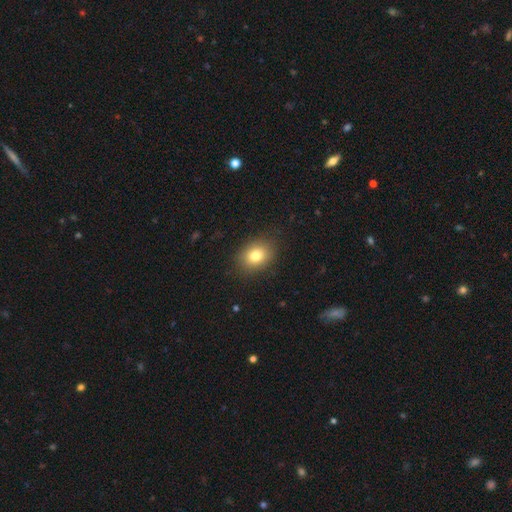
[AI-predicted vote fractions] smooth-or-featured: smooth: 79% | star or artifact: 11% | featured or disk: 10%
  how-rounded: in between: 59% | round: 40% | cigar-shaped: 1%
  merging: none: 86% | minor disturbance: 10% | major disturbance: 3% | merger: 1%